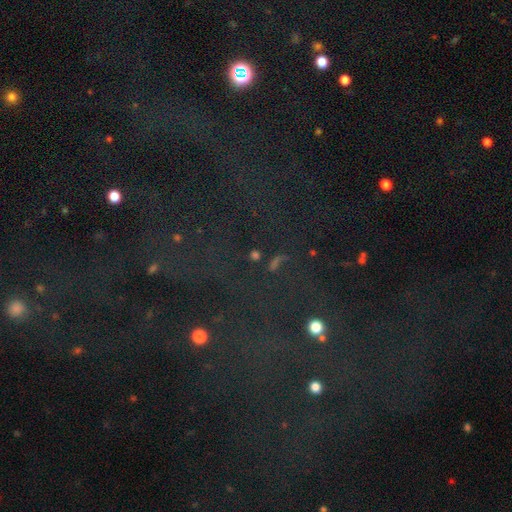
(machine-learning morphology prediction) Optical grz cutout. It shows a star or artifact, not a galaxy (62%).